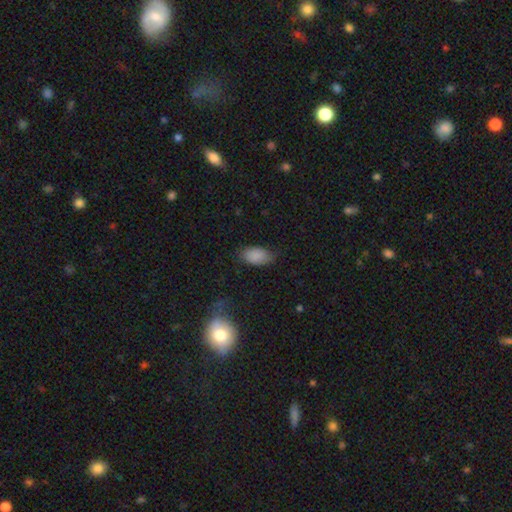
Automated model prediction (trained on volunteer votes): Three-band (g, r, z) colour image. It shows a smooth galaxy with no disk features (87%) that is in between round and cigar-shaped (94%). Merging: none (71%).